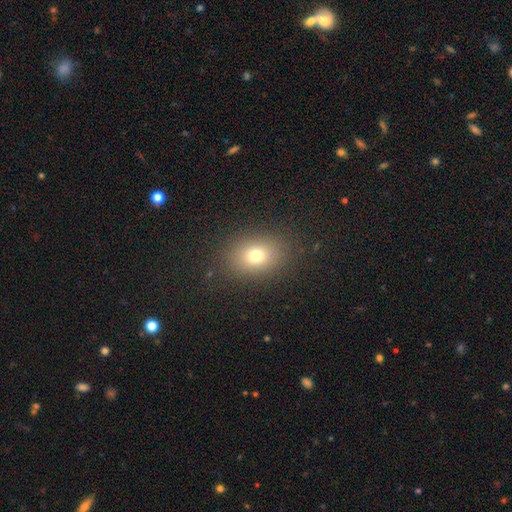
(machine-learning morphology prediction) A smooth galaxy with no disk features (75%) that is in between round and cigar-shaped (60%).

Vote fractions:
- Smooth or featured? smooth: 75% / star or artifact: 15% / featured or disk: 10%
- How rounded? in between: 60% / round: 39% / cigar-shaped: 1%
- Merging? none: 86% / minor disturbance: 9% / major disturbance: 4% / merger: 1%